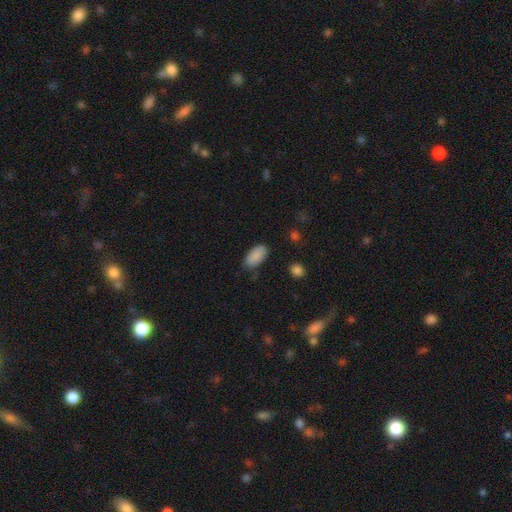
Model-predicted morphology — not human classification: Overall: smooth (89%). How rounded: in between (94%). Merging: none (79%).